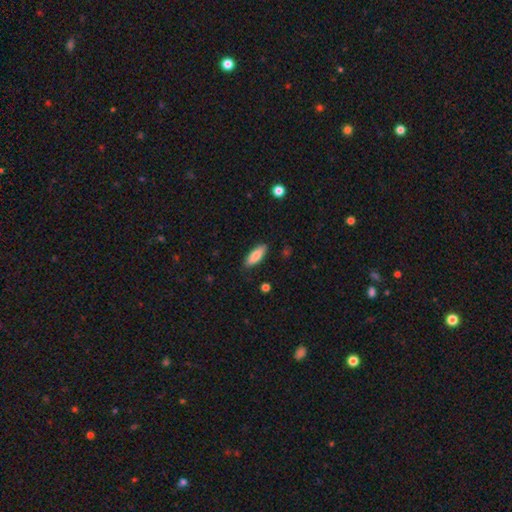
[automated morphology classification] The model was most divided on "how rounded": in between: 67%, cigar-shaped: 31%, round: 2%. More confident: merging — none (86%); smooth or featured — smooth (84%).